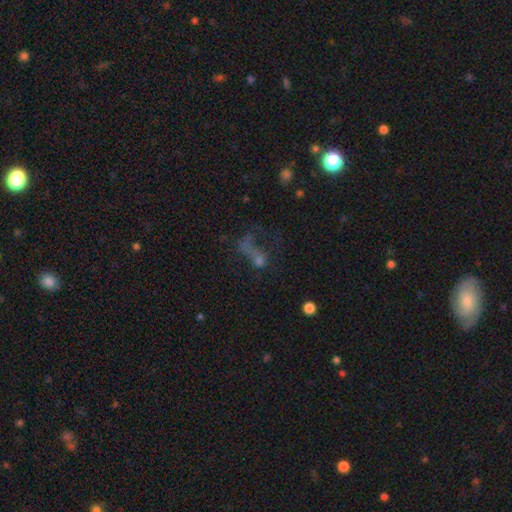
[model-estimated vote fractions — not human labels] smooth-or-featured: smooth: 38% | star or artifact: 33% | featured or disk: 29%
  merging: major disturbance: 43% | none: 31% | merger: 15% | minor disturbance: 12%